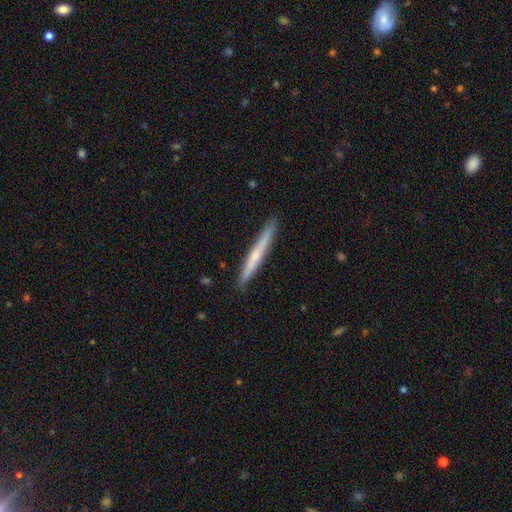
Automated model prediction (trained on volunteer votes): A featured or disk galaxy (49%).

Vote fractions:
- Smooth or featured? featured or disk: 49% / smooth: 45% / star or artifact: 6%
- Merging? none: 90% / minor disturbance: 7% / major disturbance: 1% / merger: 1%